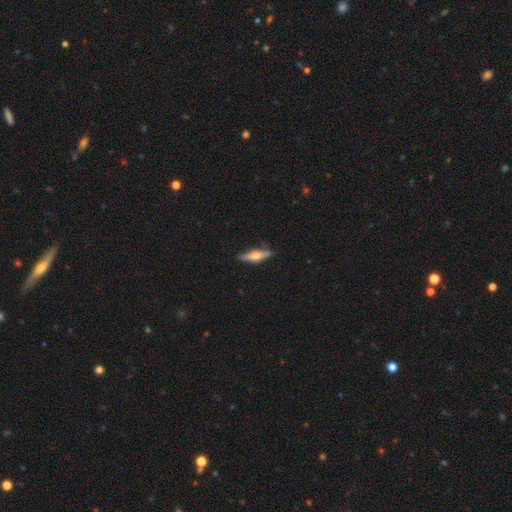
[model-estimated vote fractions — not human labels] smooth 54%, featured or disk 39%, star or artifact 6%. Down the decision tree: how rounded — cigar-shaped (66%); merging — none (71%).